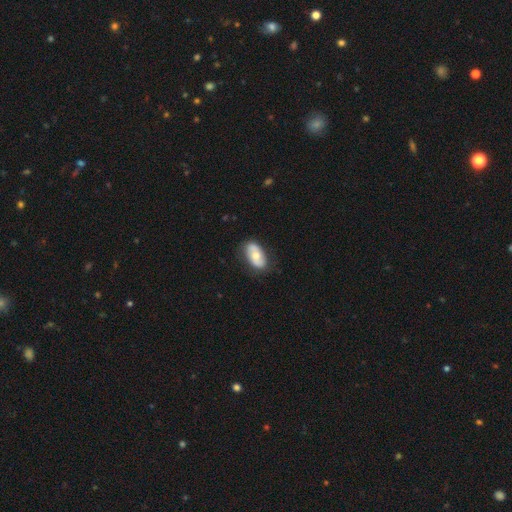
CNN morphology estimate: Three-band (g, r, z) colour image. It shows a smooth galaxy with no disk features (51%) that is in between round and cigar-shaped (92%). Merging: none (80%).